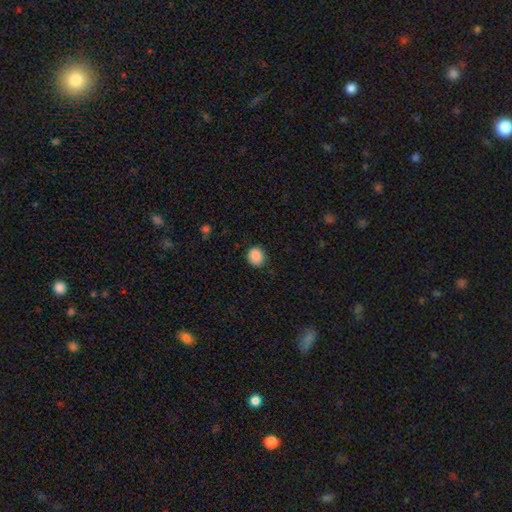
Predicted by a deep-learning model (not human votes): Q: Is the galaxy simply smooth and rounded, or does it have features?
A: smooth — 87%.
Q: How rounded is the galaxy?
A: round — 78%.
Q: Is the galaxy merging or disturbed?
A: none — 86%.